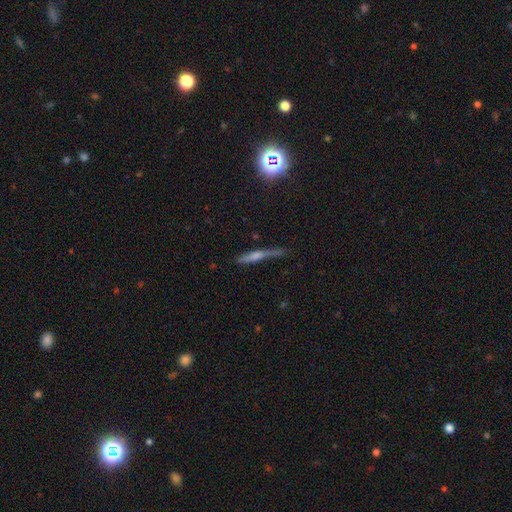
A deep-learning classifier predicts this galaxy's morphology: Q: Smooth or featured?
A: featured or disk (55%); runner-up: smooth (32%)
Q: Edge-on disk?
A: yes (94%); runner-up: no (6%)
Q: Edge-on bulge?
A: rounded (58%); runner-up: none (22%)
Q: Merging?
A: none (72%); runner-up: minor disturbance (20%)